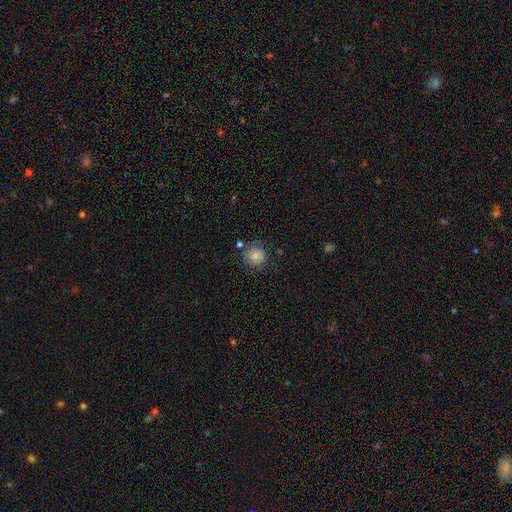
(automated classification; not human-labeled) Smooth or featured: smooth — 79% (featured or disk — 10%)
How rounded: round — 90% (in between — 9%)
Merging: none — 73% (minor disturbance — 17%)